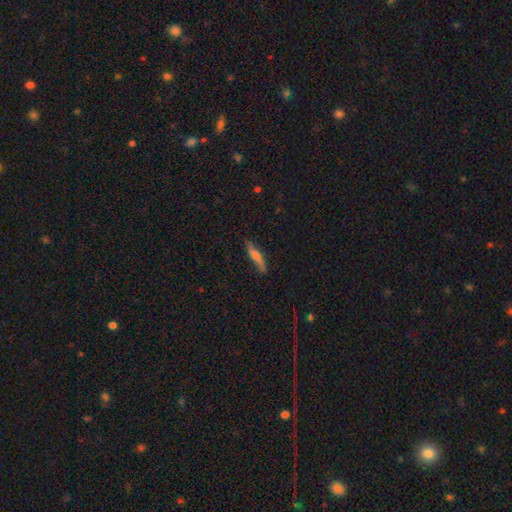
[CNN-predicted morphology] Overall: smooth (63%; featured or disk 29%). How rounded: cigar-shaped (85%). Merging: none (75%).